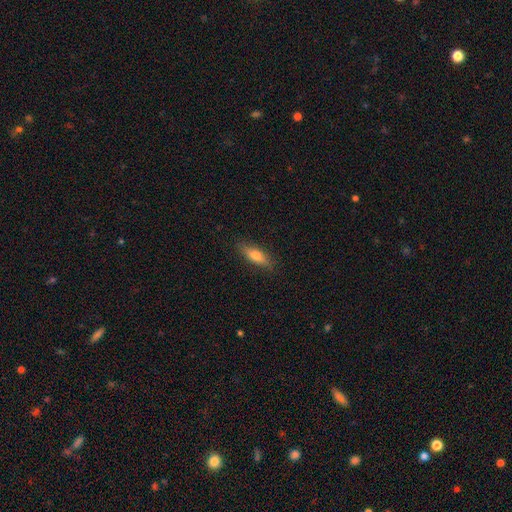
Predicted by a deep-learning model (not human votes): Q: Smooth or featured?
A: smooth (70%); runner-up: featured or disk (23%)
Q: How rounded?
A: cigar-shaped (50%); runner-up: in between (48%)
Q: Merging?
A: none (85%); runner-up: minor disturbance (11%)